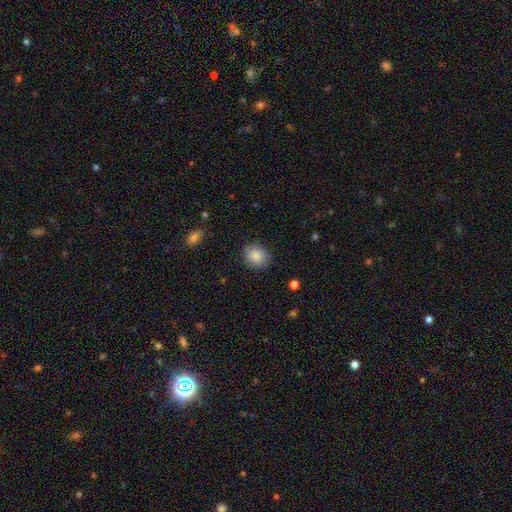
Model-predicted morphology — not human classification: Smooth or featured? smooth (86%)
How rounded? round (62%)
Merging? none (84%)